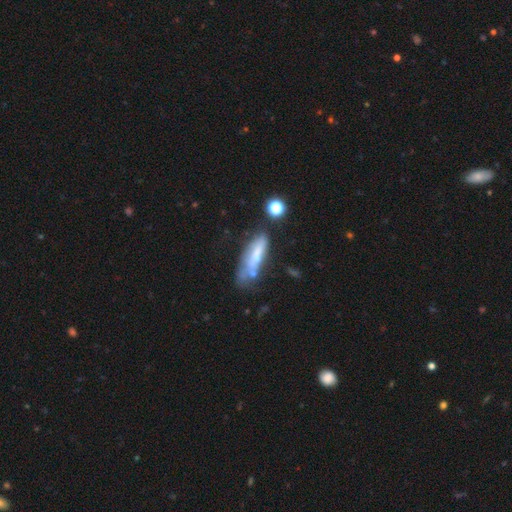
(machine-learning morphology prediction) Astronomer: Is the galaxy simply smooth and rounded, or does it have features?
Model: smooth — 52% (runner-up: featured or disk, 38%).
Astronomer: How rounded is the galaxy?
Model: cigar-shaped — 64%.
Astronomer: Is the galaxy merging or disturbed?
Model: none — 42% (runner-up: minor disturbance, 28%).